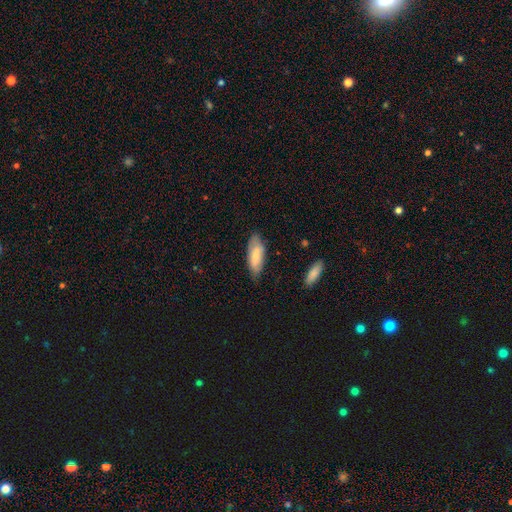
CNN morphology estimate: Smooth or featured: smooth — 76% (featured or disk — 18%)
How rounded: in between — 74% (cigar-shaped — 24%)
Merging: none — 71% (minor disturbance — 23%)